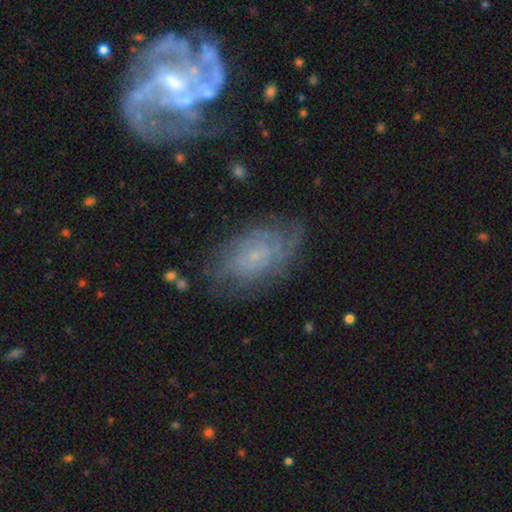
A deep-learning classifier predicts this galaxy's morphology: Smooth or featured? featured or disk (67%)
Edge-on disk? no (95%)
Bar? no (70%)
Spiral arms? yes (86%)
Spiral winding? tight (58%)
Spiral arm count? can't tell (54%)
Bulge size? small (75%)
Merging? none (66%)